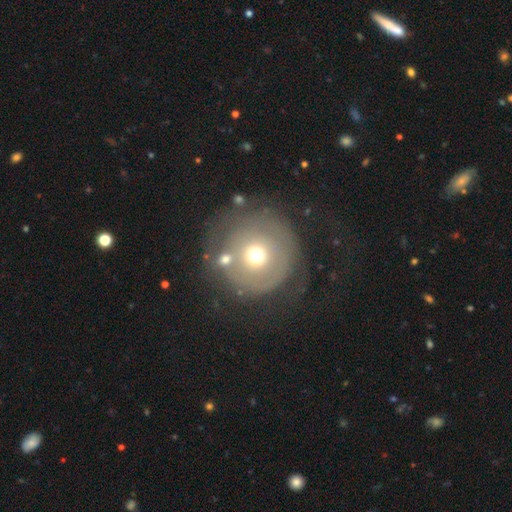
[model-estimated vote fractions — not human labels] Morphology: type=smooth (54%); roundness=round (94%); merging=none (57%).